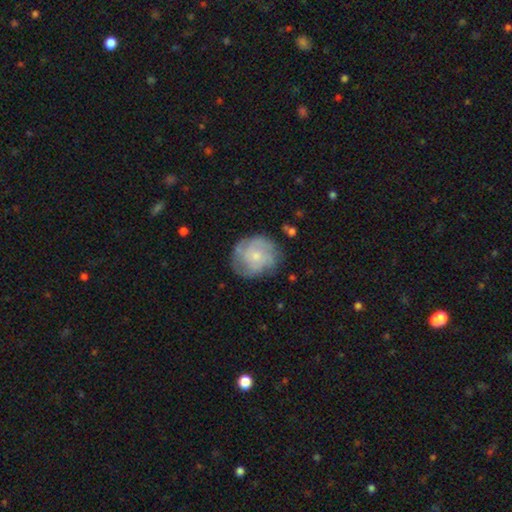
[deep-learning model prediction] A featured or disk galaxy (63%) with no bar (82%), tight (59%) spiral arms (82%) and a small central bulge (62%).

Vote fractions:
- Smooth or featured? featured or disk: 63% / smooth: 31% / star or artifact: 7%
- Edge-on disk? no: 98% / yes: 2%
- Bar? no: 82% / weak: 16% / strong: 2%
- Spiral arms? yes: 82% / no: 18%
- Spiral winding? tight: 59% / medium: 30% / loose: 11%
- Spiral arm count? can't tell: 44% / 3: 19% / 2: 15% / 4: 12% / 1: 5% / more than 4: 5%
- Bulge size? small: 62% / moderate: 31% / none: 4% / large: 2% / dominant: 1%
- Merging? none: 72% / minor disturbance: 19% / major disturbance: 8% / merger: 2%